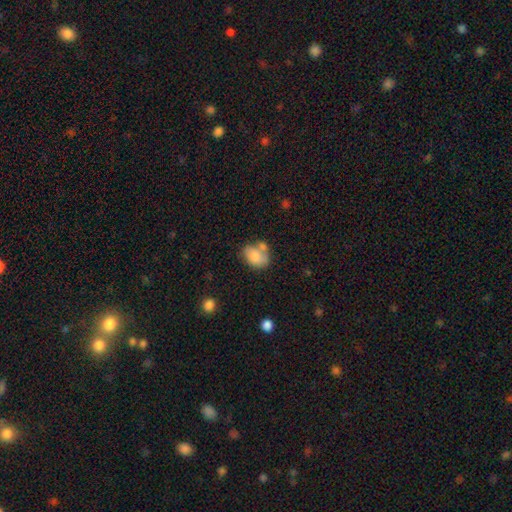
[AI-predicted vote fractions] Morphology: type=smooth (79%); roundness=in between (73%); merging=none (42%).